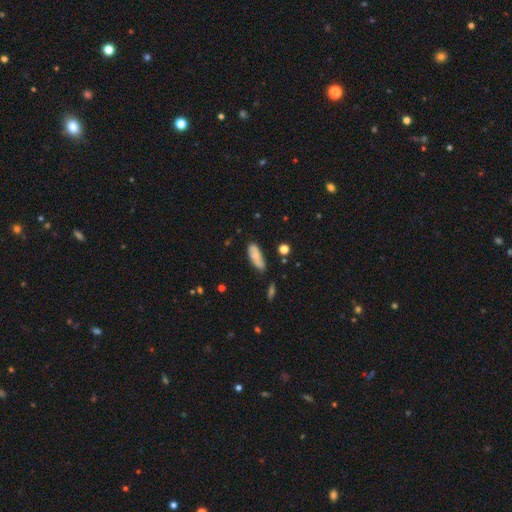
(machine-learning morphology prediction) Smooth or featured? smooth (66%)
How rounded? in between (66%)
Merging? none (67%)